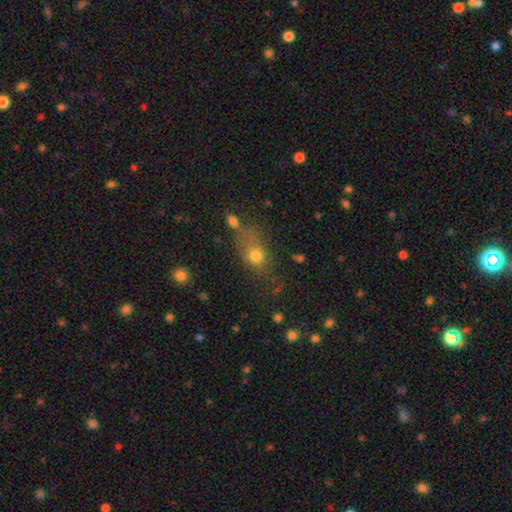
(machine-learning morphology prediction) smooth 72%, star or artifact 14%, featured or disk 13%. Down the decision tree: how rounded — in between (54%); merging — none (44%).